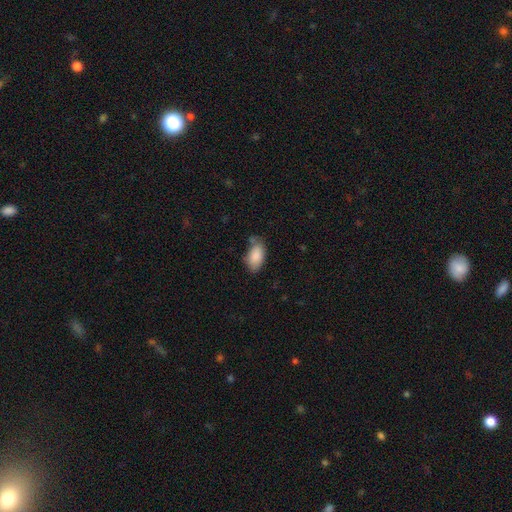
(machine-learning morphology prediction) Q: Smooth or featured?
A: smooth (87%); runner-up: star or artifact (7%)
Q: How rounded?
A: in between (94%); runner-up: round (4%)
Q: Merging?
A: none (61%); runner-up: minor disturbance (27%)